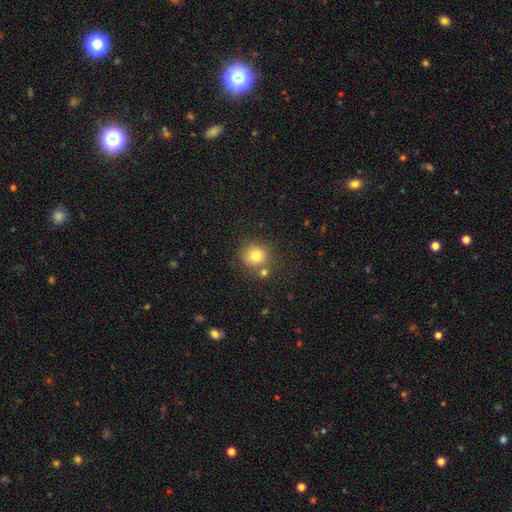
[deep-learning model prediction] A smooth galaxy with no disk features (79%) that is round (90%). Merging: none (71%).